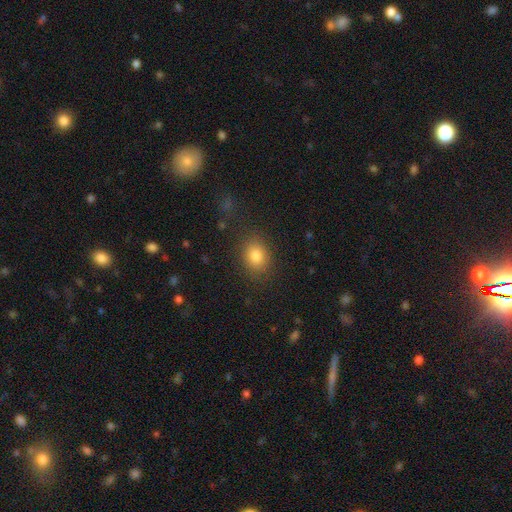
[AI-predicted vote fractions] This is clearly a smooth galaxy (82%). How rounded: possibly in between (53%). Merging: clearly none (84%).